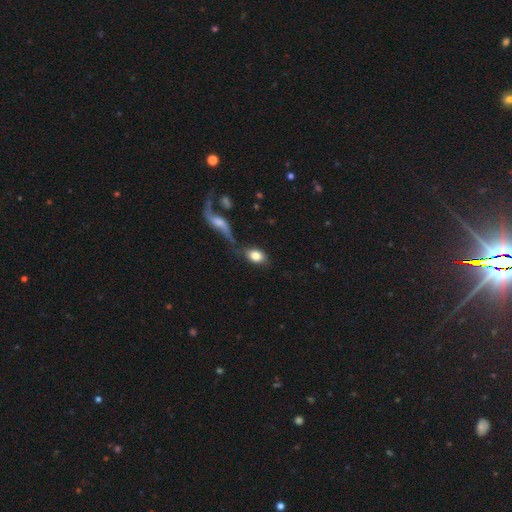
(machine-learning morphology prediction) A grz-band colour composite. It shows a smooth galaxy with no disk features (81%) that is in between round and cigar-shaped (81%). Merging: none (49%).